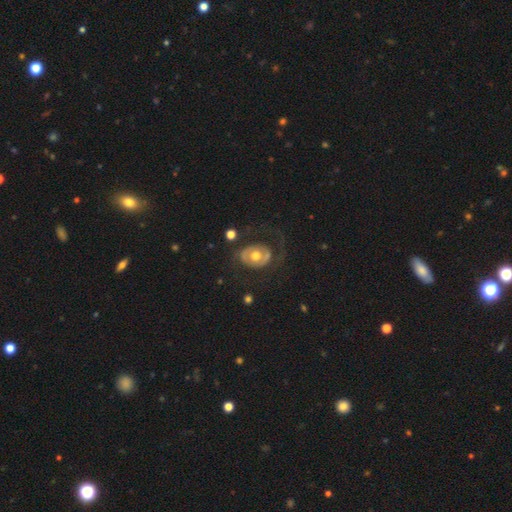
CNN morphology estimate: type=featured or disk (65%); edge-on=no (96%); bar=no (70%); spiral arms=no (53%); bulge=moderate (74%); merging=none (54%).